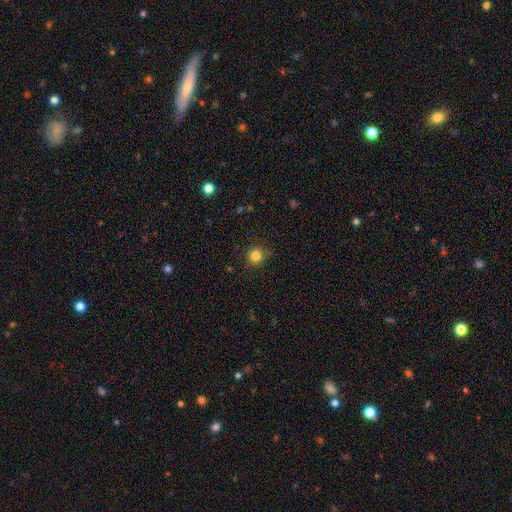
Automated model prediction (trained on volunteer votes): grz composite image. It shows a smooth galaxy with no disk features (83%) that is round (92%). Merging: none (89%).